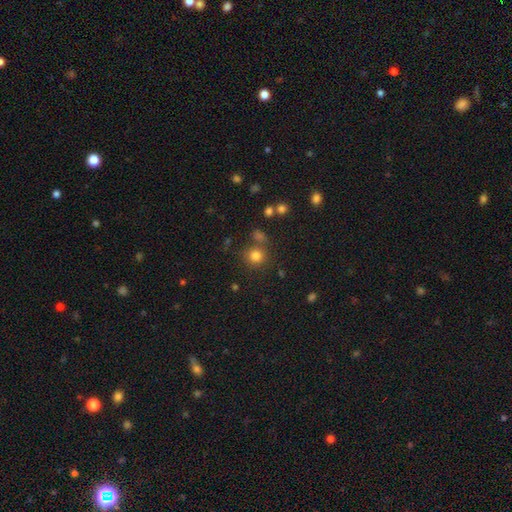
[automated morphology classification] The model was most divided on "merging": none: 74%, merger: 12%, minor disturbance: 10%, major disturbance: 4%. More confident: how rounded — round (89%); smooth or featured — smooth (80%).